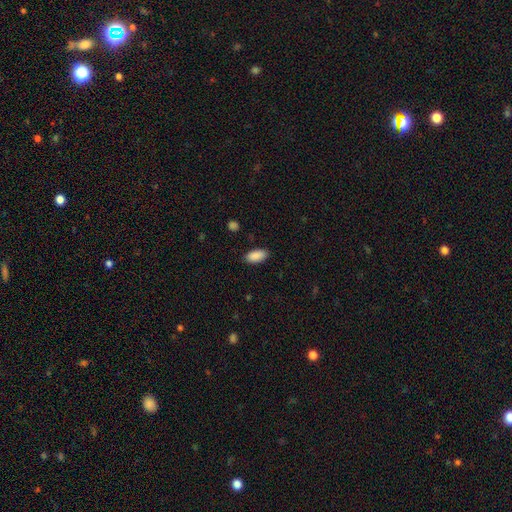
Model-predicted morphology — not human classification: Smooth or featured?
  - smooth: 90% *
  - star or artifact: 7%
  - featured or disk: 3%
How rounded?
  - in between: 91% *
  - cigar-shaped: 7%
  - round: 2%
Merging?
  - none: 87% *
  - minor disturbance: 10%
  - major disturbance: 2%
  - merger: 1%